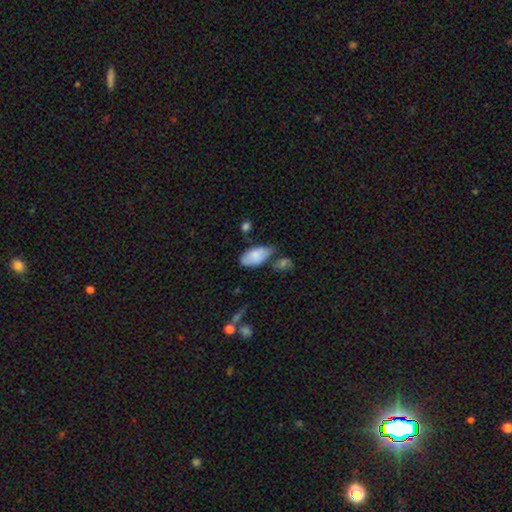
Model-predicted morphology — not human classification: smooth_or_featured: smooth (p=0.81) [alt: featured or disk p=0.13]
how_rounded: in between (p=0.94) [alt: cigar-shaped p=0.03]
merging: none (p=0.51) [alt: minor disturbance p=0.30]